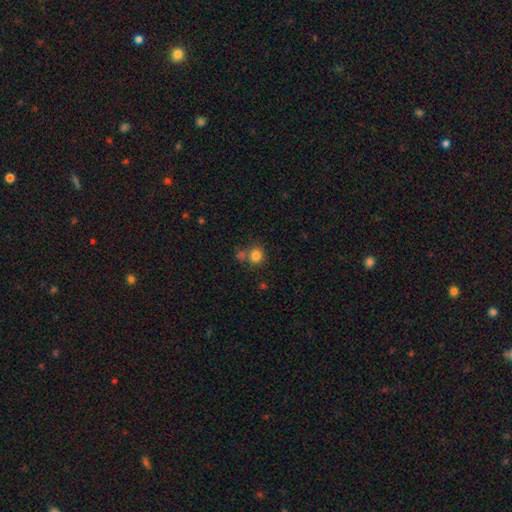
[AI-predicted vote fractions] smooth-or-featured: smooth: 82% | star or artifact: 12% | featured or disk: 6%
  how-rounded: round: 85% | in between: 14% | cigar-shaped: 1%
  merging: none: 63% | merger: 21% | minor disturbance: 11% | major disturbance: 4%